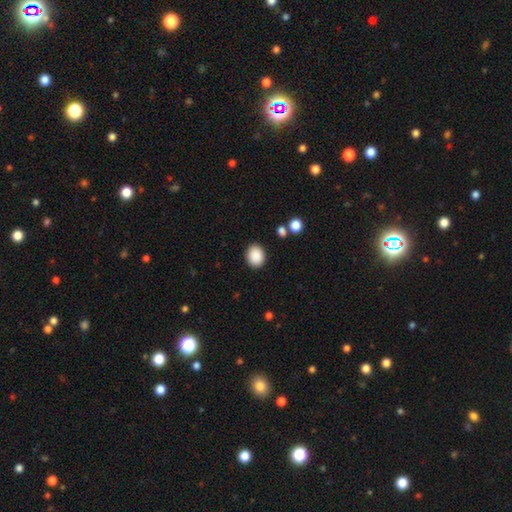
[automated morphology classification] A smooth galaxy with no disk features (89%) that is in between round and cigar-shaped (50%). Merging: none (88%).